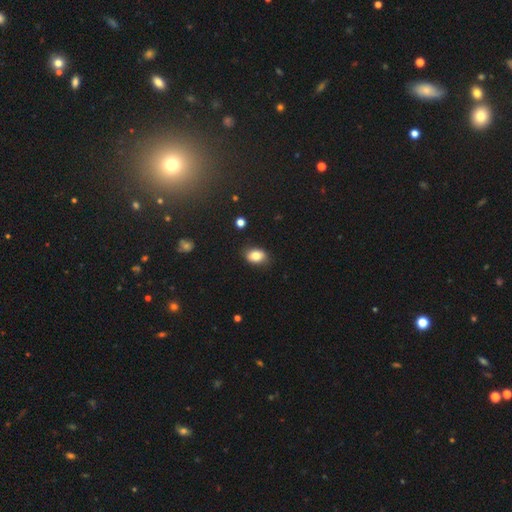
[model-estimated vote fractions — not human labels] Smooth or featured: smooth — 83% (star or artifact — 9%)
How rounded: in between — 79% (round — 20%)
Merging: none — 84% (minor disturbance — 12%)